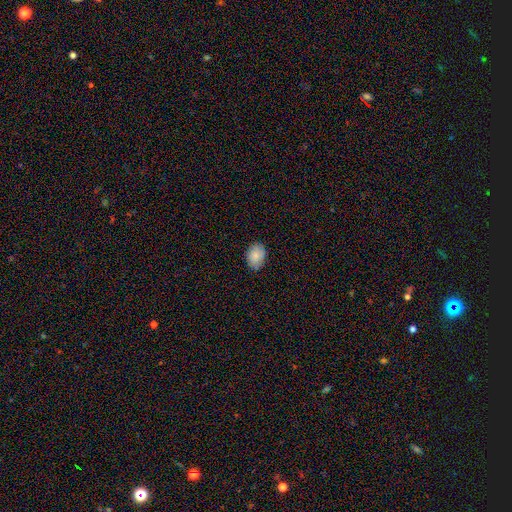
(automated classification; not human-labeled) Morphology: type=smooth (84%); roundness=in between (74%); merging=none (81%).